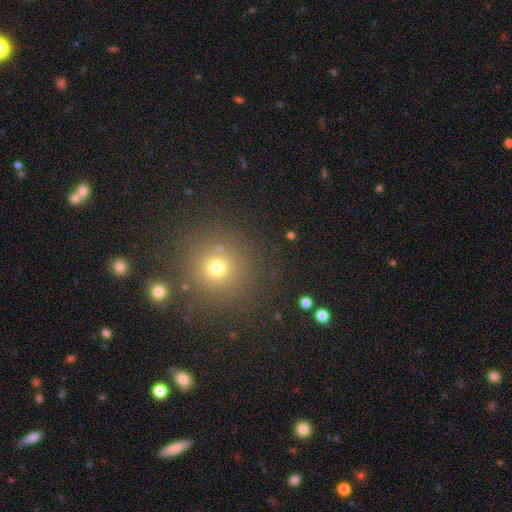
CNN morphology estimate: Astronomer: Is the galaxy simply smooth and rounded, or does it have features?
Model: smooth — 56% (runner-up: star or artifact, 36%).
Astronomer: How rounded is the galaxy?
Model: round — 94%.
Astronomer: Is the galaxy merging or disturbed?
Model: none — 89%.